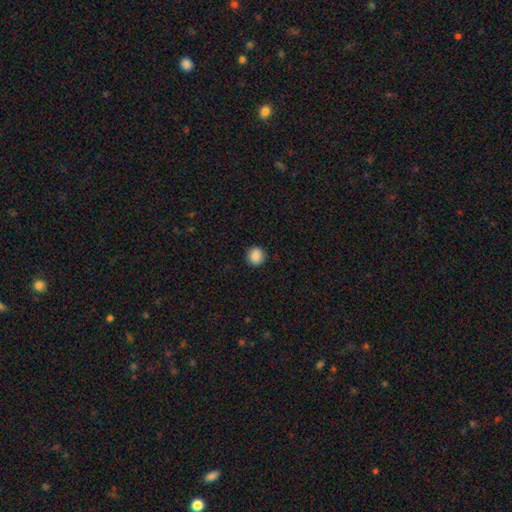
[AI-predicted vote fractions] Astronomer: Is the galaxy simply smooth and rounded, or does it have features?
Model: smooth — 88%.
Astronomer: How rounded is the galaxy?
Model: round — 90%.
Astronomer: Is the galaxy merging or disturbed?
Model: none — 90%.